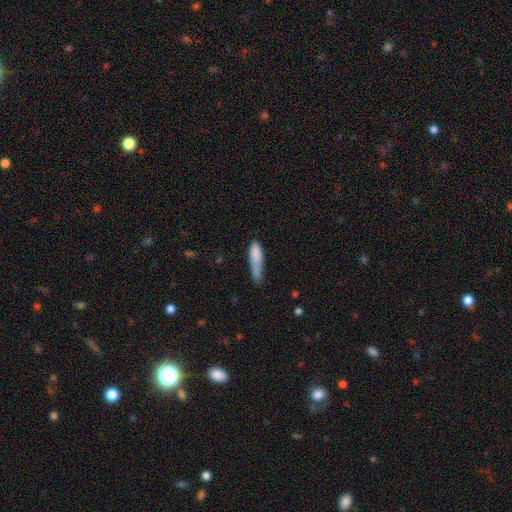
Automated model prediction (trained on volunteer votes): This appears to be a smooth galaxy with no disk features (80%) that is cigar-shaped (71%). Merging: none (40%).